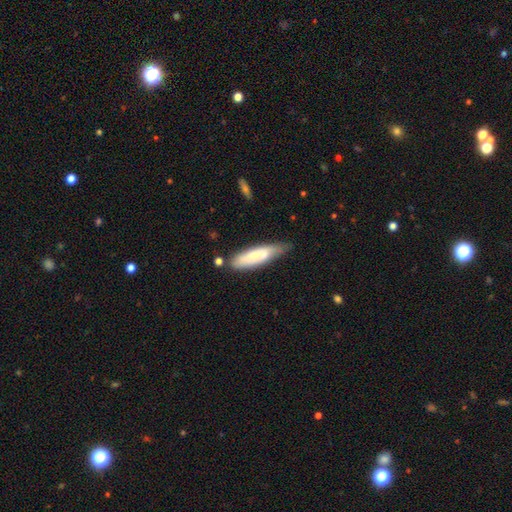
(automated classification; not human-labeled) Smooth or featured: smooth — 72% (featured or disk — 22%)
How rounded: cigar-shaped — 70% (in between — 29%)
Merging: none — 57% (minor disturbance — 32%)